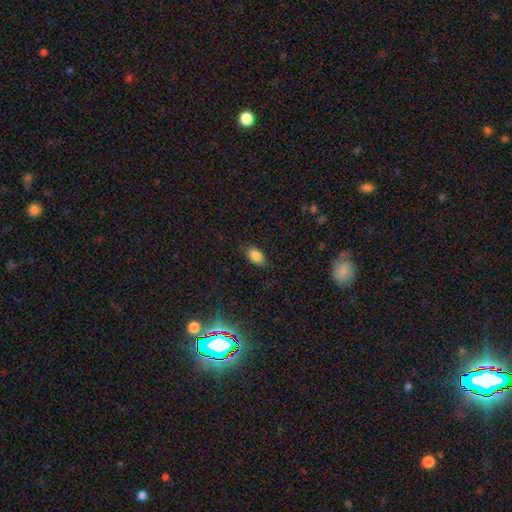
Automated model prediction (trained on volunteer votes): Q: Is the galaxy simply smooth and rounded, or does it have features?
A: smooth — 84%.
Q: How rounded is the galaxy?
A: in between — 90%.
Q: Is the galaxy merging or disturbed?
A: none — 83%.